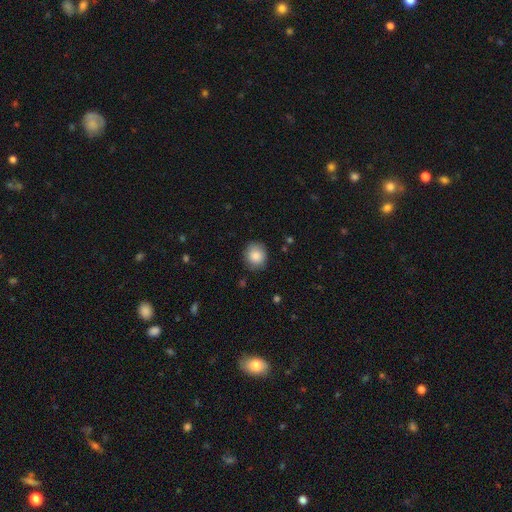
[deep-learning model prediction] This appears to be a smooth galaxy with no disk features (87%) that is round (82%). Merging: none (82%).